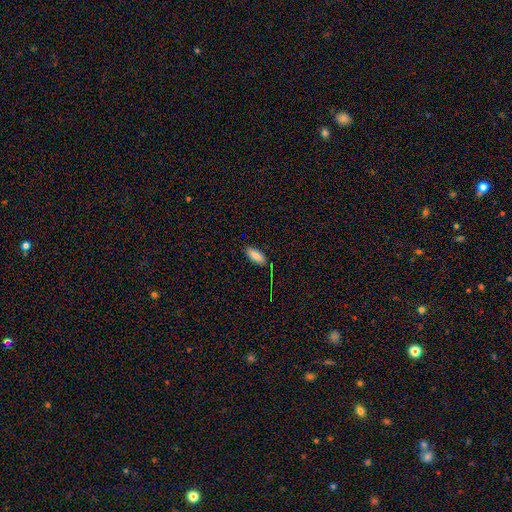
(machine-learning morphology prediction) Smooth or featured? Predicted: smooth (p=0.84). How rounded? Predicted: in between (p=0.83). Merging? Predicted: none (p=0.82).